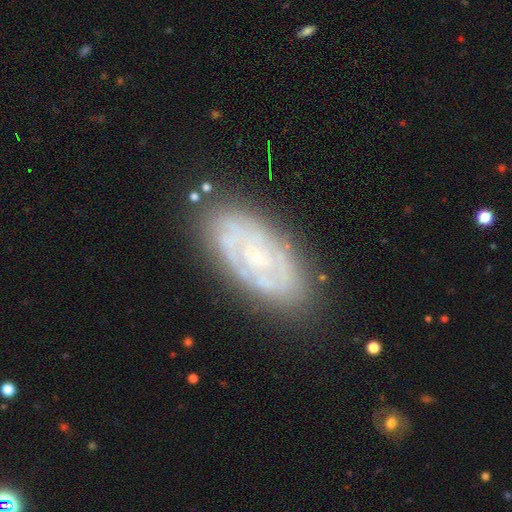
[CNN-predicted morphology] This is likely a featured or disk galaxy (76%). It is clearly not viewed edge-on (92%). Bar: likely no (72%). Spiral arm pattern: likely yes (77%). Spiral arm count: possibly can't tell (47%). Spiral winding: likely tight (69%). Central bulge: likely small (74%). Merging: likely none (79%).